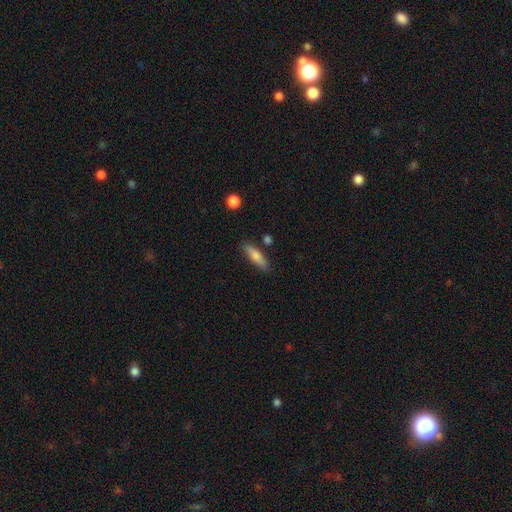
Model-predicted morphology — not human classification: smooth_or_featured: smooth (p=0.72) [alt: featured or disk p=0.21]
how_rounded: cigar-shaped (p=0.67) [alt: in between p=0.30]
merging: none (p=0.83) [alt: minor disturbance p=0.12]